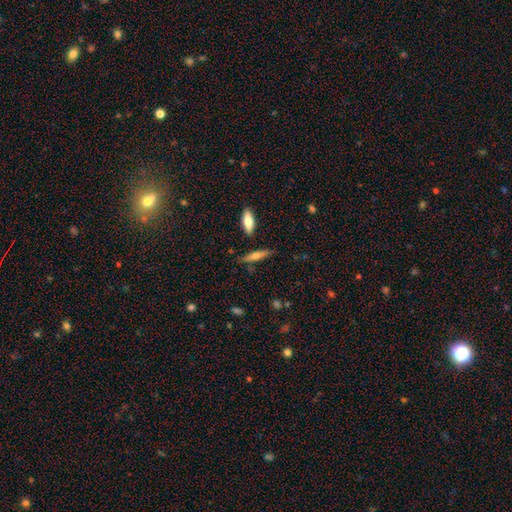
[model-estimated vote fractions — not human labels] This is possibly a smooth galaxy (51%). How rounded: likely cigar-shaped (75%). Merging: likely none (77%).